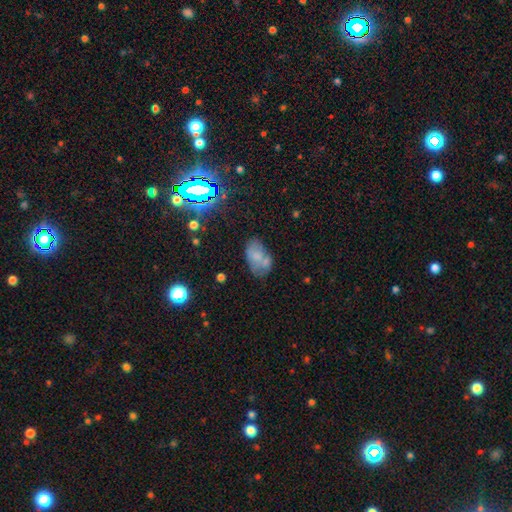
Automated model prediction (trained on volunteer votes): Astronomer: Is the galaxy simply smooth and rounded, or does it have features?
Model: smooth — 63%.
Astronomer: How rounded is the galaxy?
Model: in between — 90%.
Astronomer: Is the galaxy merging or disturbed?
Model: none — 39% (runner-up: merger, 28%).